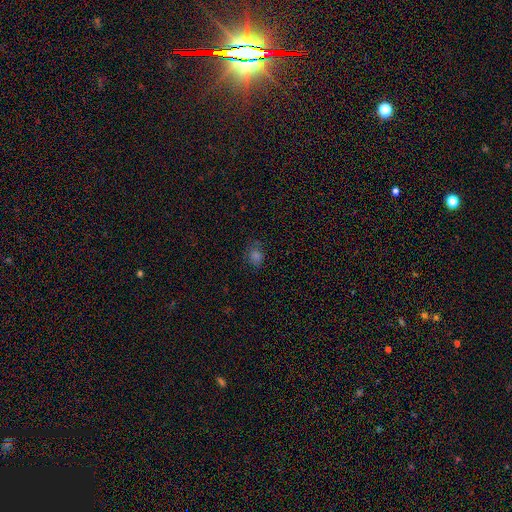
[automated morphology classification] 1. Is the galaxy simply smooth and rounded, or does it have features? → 64% smooth, 27% star or artifact, 9% featured or disk.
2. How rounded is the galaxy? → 62% round, 37% in between, 1% cigar-shaped.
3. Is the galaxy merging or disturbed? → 76% none, 17% minor disturbance, 5% major disturbance, 2% merger.